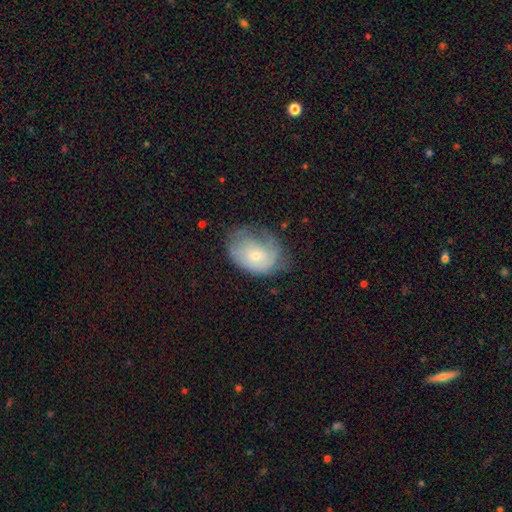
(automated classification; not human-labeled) A smooth galaxy with no disk features (47%).

Vote fractions:
- Smooth or featured? smooth: 47% / featured or disk: 45% / star or artifact: 8%
- Merging? none: 47% / minor disturbance: 33% / major disturbance: 18% / merger: 1%